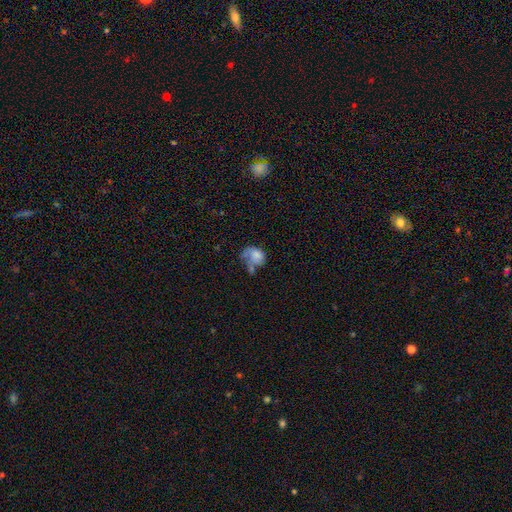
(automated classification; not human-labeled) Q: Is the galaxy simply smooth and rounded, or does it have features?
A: smooth — 65%.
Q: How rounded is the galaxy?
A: in between — 59%.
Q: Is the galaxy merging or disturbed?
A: major disturbance — 29%.